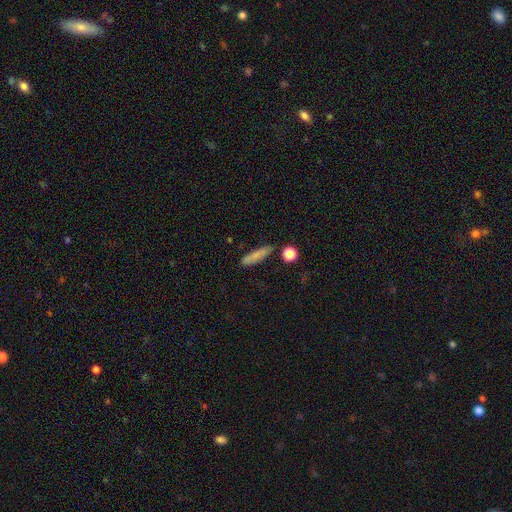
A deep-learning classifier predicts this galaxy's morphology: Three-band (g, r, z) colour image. It shows a smooth galaxy with no disk features (78%) that is cigar-shaped (77%). Merging: none (80%).